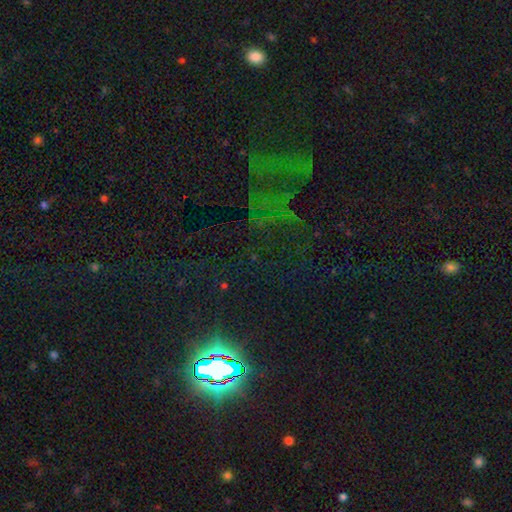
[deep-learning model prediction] star or artifact 78%, smooth 12%, featured or disk 10%.